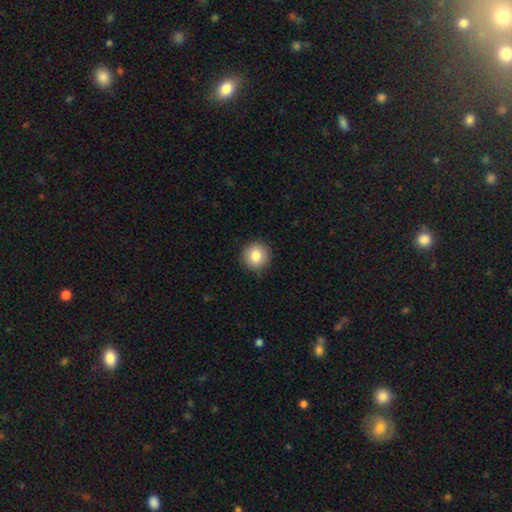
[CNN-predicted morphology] Smooth or featured? smooth (82%)
How rounded? round (94%)
Merging? none (90%)